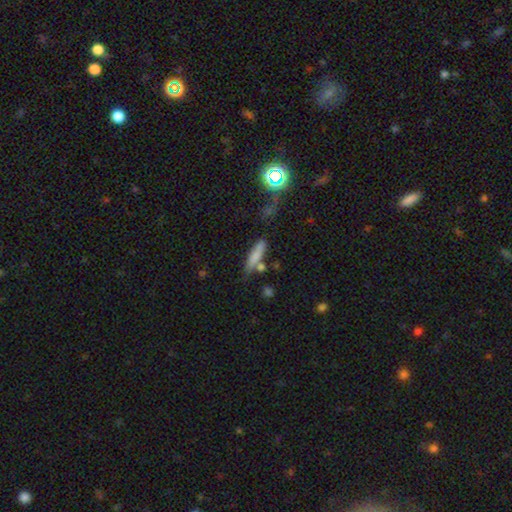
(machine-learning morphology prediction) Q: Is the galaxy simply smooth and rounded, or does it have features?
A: smooth — 78%.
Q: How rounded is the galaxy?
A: cigar-shaped — 72%.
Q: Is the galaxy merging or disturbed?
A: none — 62%.